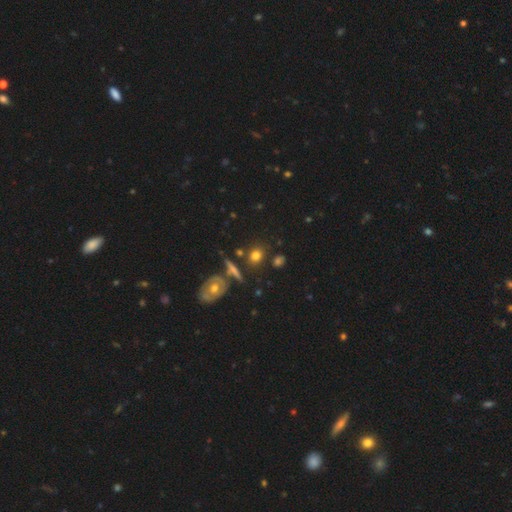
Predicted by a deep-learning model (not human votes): Q: Smooth or featured?
A: smooth (71%); runner-up: featured or disk (16%)
Q: How rounded?
A: round (60%); runner-up: in between (34%)
Q: Merging?
A: none (75%); runner-up: minor disturbance (11%)